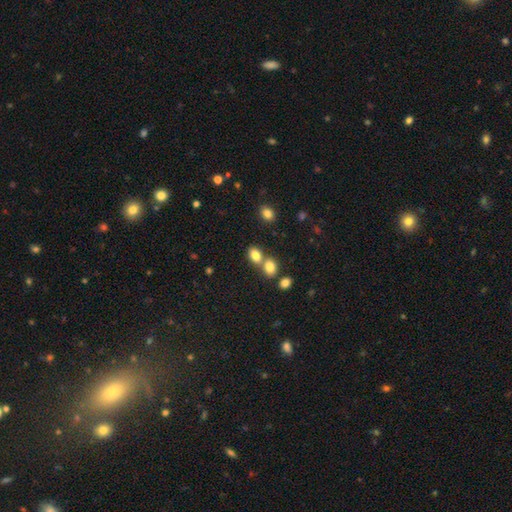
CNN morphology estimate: Smooth or featured? smooth (81%)
How rounded? in between (72%)
Merging? merger (46%)